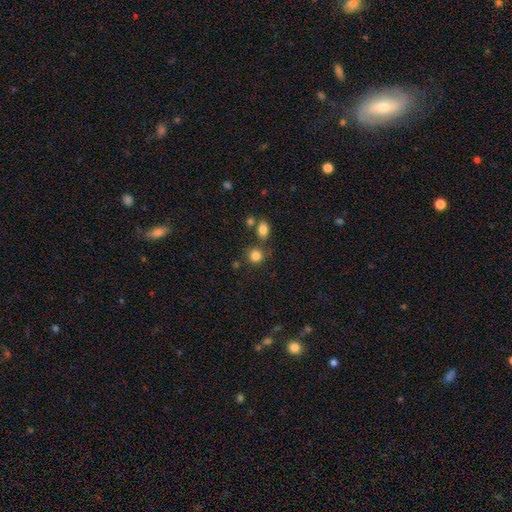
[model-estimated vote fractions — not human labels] Q: Smooth or featured?
A: smooth (83%); runner-up: star or artifact (12%)
Q: How rounded?
A: round (84%); runner-up: in between (15%)
Q: Merging?
A: none (71%); runner-up: merger (14%)